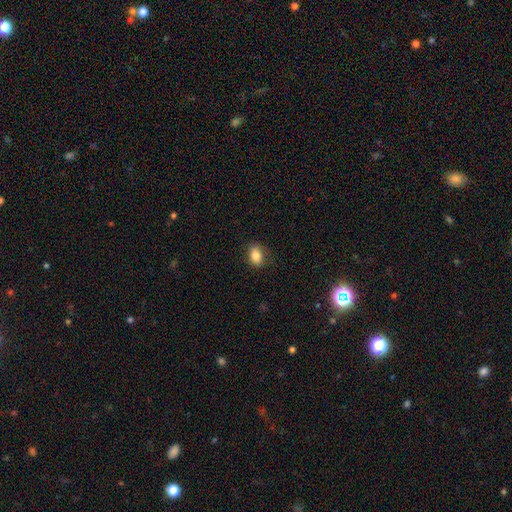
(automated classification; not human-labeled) Smooth or featured? Predicted: smooth (p=0.82). How rounded? Predicted: in between (p=0.72). Merging? Predicted: none (p=0.79).